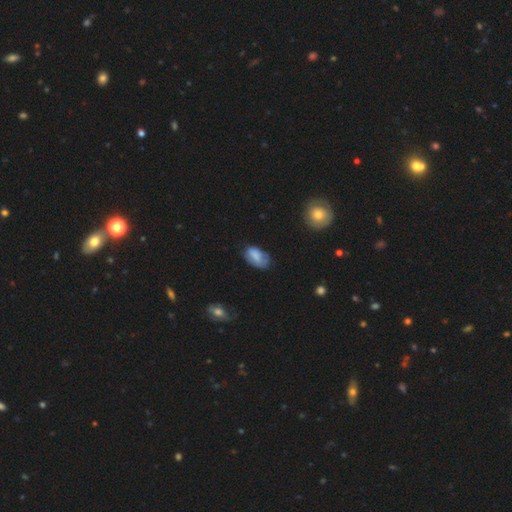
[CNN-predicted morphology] This appears to be a smooth galaxy with no disk features (71%) that is in between round and cigar-shaped (92%). Merging: none (55%).